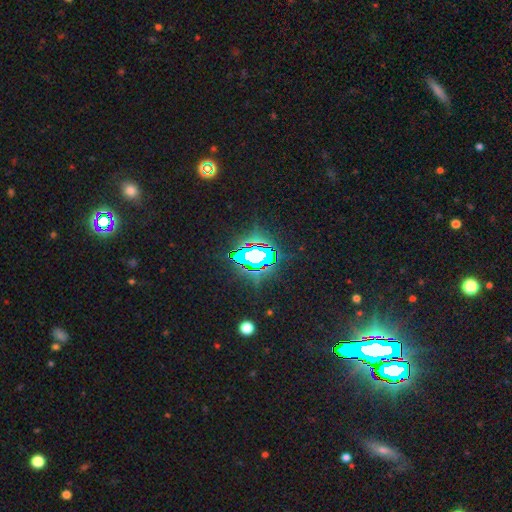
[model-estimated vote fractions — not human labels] Morphology: type=star or artifact (69%).